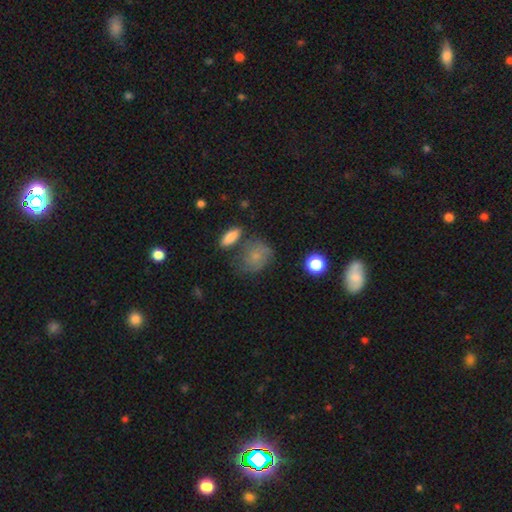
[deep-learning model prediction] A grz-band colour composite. It shows a smooth galaxy with no disk features (54%) that is round (52%). Merging: none (51%).